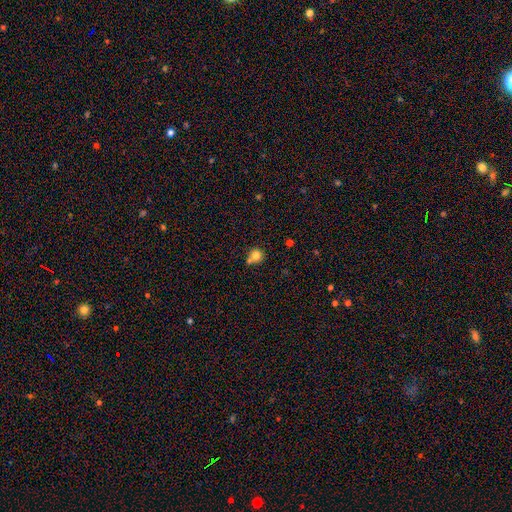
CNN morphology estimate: Smooth or featured?
  - smooth: 80% *
  - star or artifact: 11%
  - featured or disk: 9%
How rounded?
  - round: 89% *
  - in between: 10%
  - cigar-shaped: 1%
Merging?
  - none: 55% *
  - merger: 31%
  - minor disturbance: 10%
  - major disturbance: 4%